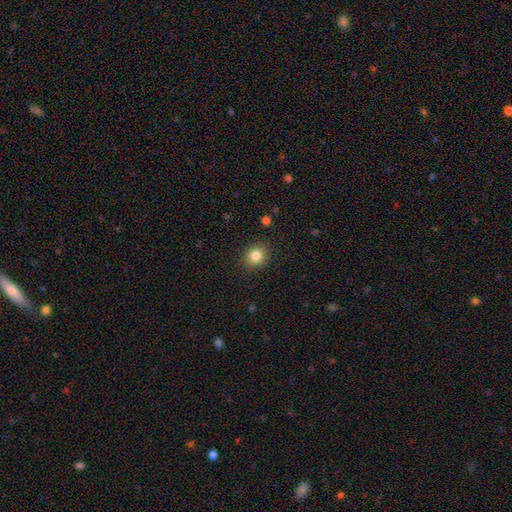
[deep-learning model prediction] A smooth galaxy with no disk features (83%) that is round (76%). Merging: none (89%).